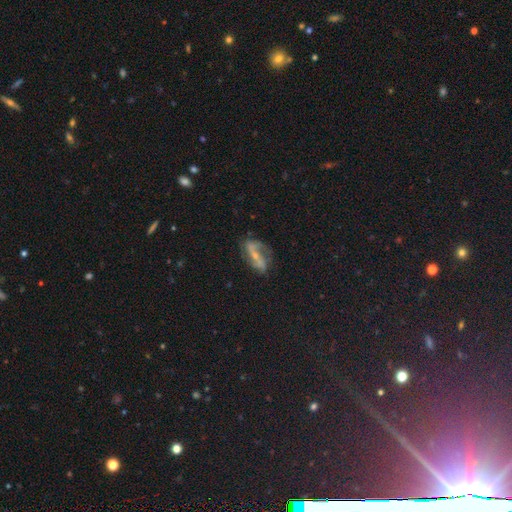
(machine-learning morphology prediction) Smooth or featured: featured or disk — 76% (smooth — 15%)
Edge-on disk: no — 92% (yes — 8%)
Bar: strong — 40% (weak — 32%)
Spiral arms: yes — 88% (no — 12%)
Spiral winding: loose — 53% (medium — 33%)
Spiral arm count: 2 — 85% (can't tell — 6%)
Bulge size: small — 64% (moderate — 24%)
Merging: none — 61% (minor disturbance — 22%)